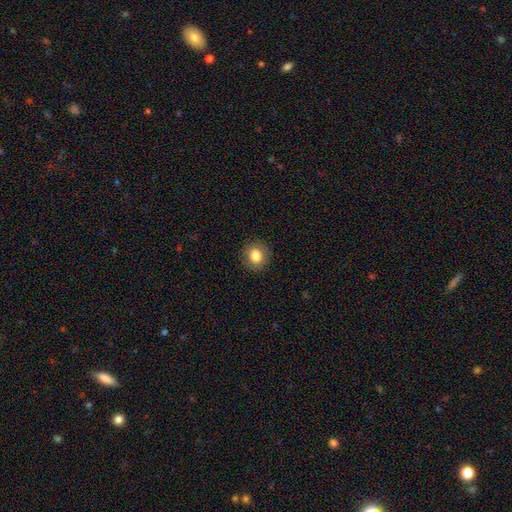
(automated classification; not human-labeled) Q: Smooth or featured?
A: smooth (82%); runner-up: star or artifact (9%)
Q: How rounded?
A: round (83%); runner-up: in between (16%)
Q: Merging?
A: none (90%); runner-up: minor disturbance (7%)